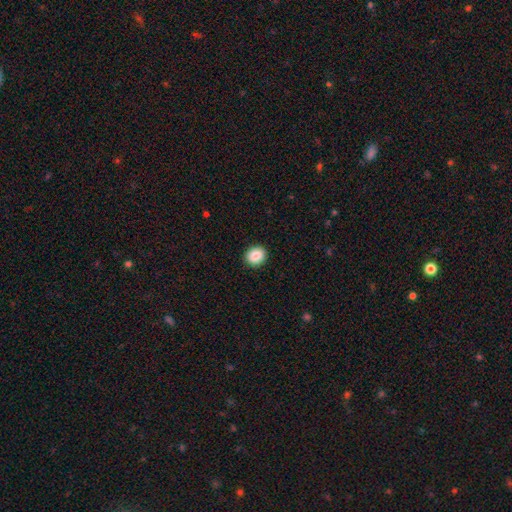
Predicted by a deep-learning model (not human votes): This is clearly a smooth galaxy (87%). How rounded: likely round (75%). Merging: clearly none (92%).